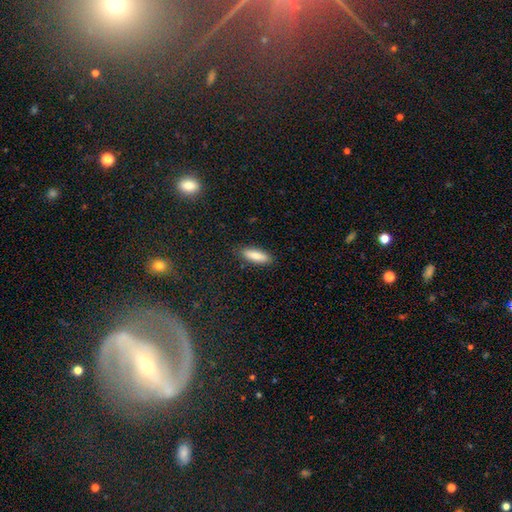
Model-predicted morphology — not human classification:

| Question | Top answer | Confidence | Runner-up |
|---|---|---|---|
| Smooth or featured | smooth | 84% | featured or disk (10%) |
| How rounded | in between | 53% | cigar-shaped (46%) |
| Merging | none | 88% | minor disturbance (9%) |